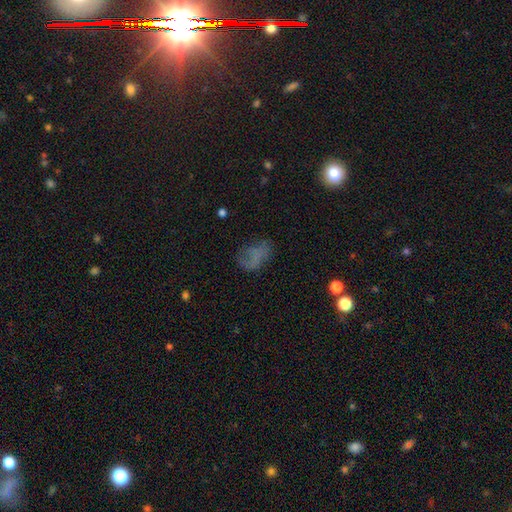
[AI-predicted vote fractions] Morphology: type=smooth (53%); roundness=in between (81%); merging=none (47%).